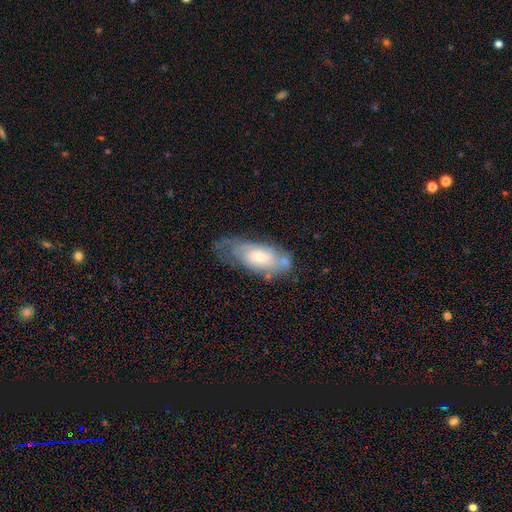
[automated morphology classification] The model was most divided on "bulge size": moderate: 50%, small: 39%, large: 7%, none: 2%, dominant: 1%. More confident: edge-on disk — no (85%); spiral arms — yes (72%); bar — no (71%); smooth or featured — featured or disk (61%); merging — none (57%).